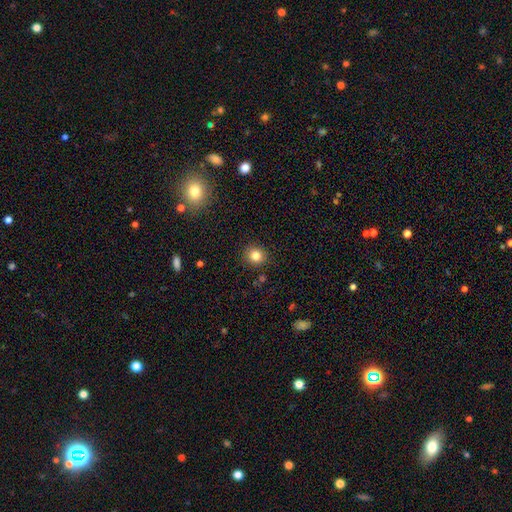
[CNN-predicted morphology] This is clearly a smooth galaxy (82%). How rounded: clearly round (87%). Merging: clearly none (90%).